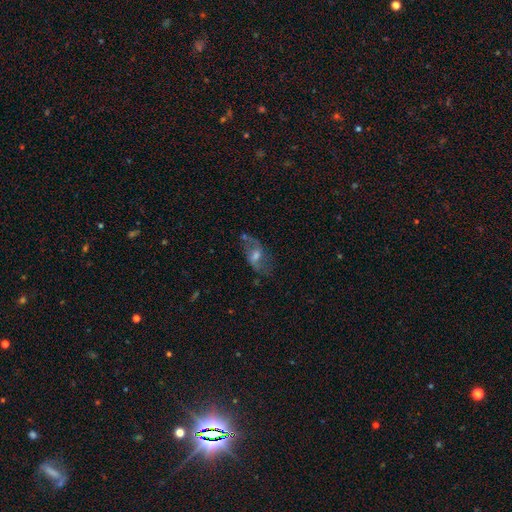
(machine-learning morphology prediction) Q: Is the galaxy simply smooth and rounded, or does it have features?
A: featured or disk — 64%.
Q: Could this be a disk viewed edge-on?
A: no — 90%.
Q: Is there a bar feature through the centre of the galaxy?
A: weak — 46%.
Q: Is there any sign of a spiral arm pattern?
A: yes — 70%.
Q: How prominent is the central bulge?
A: moderate — 54%.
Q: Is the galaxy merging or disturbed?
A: none — 58%.